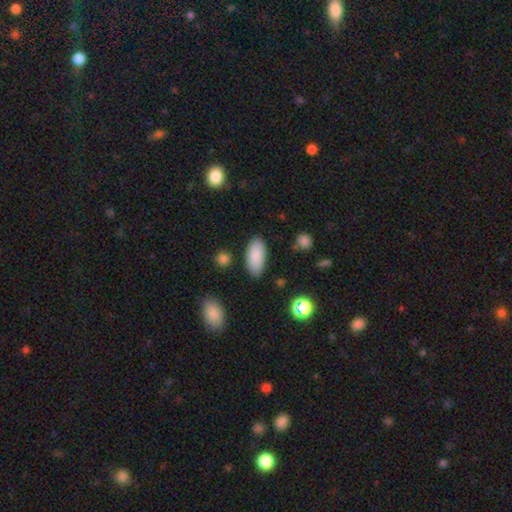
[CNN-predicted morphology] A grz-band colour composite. It shows a smooth galaxy with no disk features (88%) that is in between round and cigar-shaped (90%). Merging: none (85%).